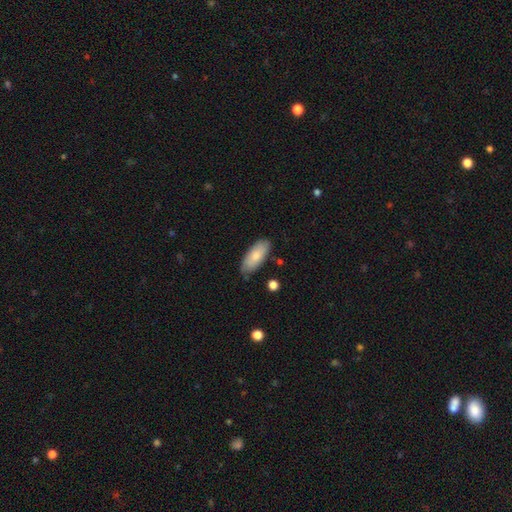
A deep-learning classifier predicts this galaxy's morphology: Q: Smooth or featured?
A: smooth (80%); runner-up: featured or disk (15%)
Q: How rounded?
A: in between (85%); runner-up: cigar-shaped (13%)
Q: Merging?
A: none (75%); runner-up: minor disturbance (20%)